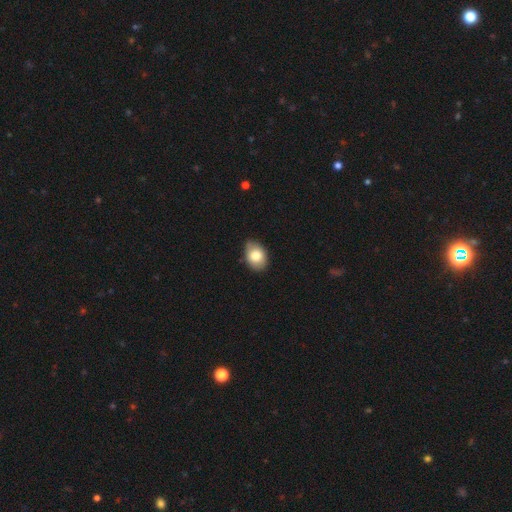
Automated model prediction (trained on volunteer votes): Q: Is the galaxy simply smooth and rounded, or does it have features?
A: smooth — 80%.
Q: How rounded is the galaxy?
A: in between — 76%.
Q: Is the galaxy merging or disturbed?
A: none — 73%.